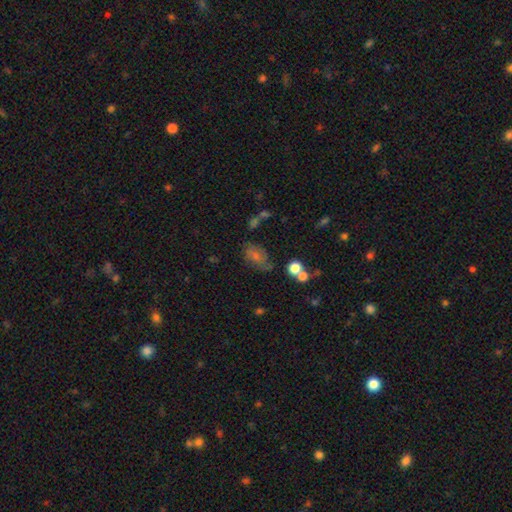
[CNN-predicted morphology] Overall: smooth (41%; featured or disk 32%). Merging: none (58%; minor disturbance 24%).